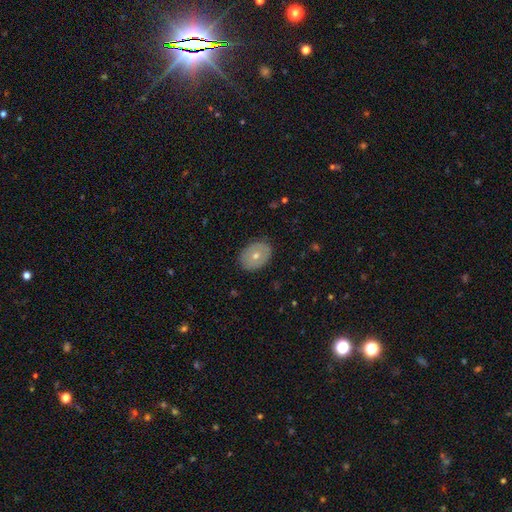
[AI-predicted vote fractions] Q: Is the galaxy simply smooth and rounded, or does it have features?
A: smooth — 62%.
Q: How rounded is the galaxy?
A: in between — 67%.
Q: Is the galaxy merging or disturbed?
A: none — 85%.